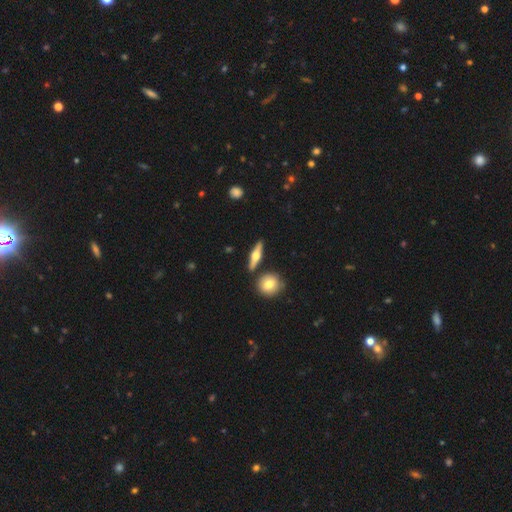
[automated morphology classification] smooth-or-featured: featured or disk: 62% | smooth: 32% | star or artifact: 6%
  disk-edge-on: yes: 94% | no: 6%
    edge-on-bulge: rounded: 95% | boxy: 3% | none: 2%
  merging: none: 83% | minor disturbance: 8% | merger: 7% | major disturbance: 2%